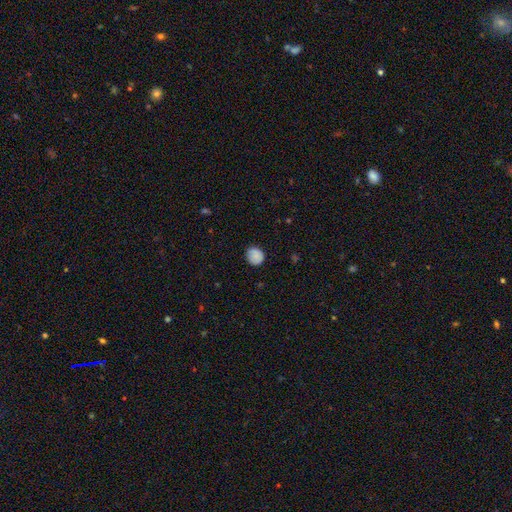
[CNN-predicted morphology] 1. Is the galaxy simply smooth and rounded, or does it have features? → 86% smooth, 8% star or artifact, 6% featured or disk.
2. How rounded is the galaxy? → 81% round, 18% in between, 1% cigar-shaped.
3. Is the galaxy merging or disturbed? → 83% none, 13% minor disturbance, 3% major disturbance, 1% merger.